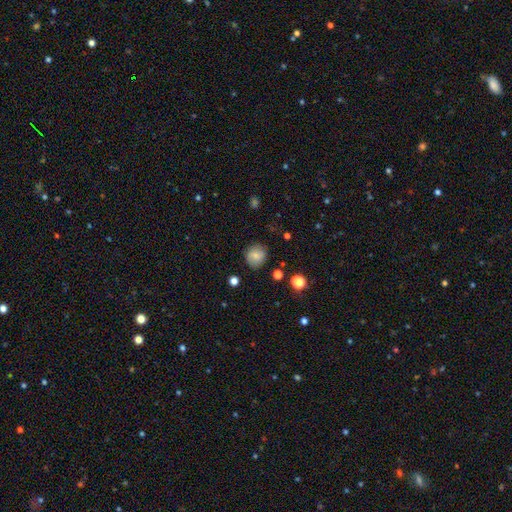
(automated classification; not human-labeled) This is likely a smooth galaxy (77%). How rounded: clearly round (81%). Merging: clearly none (81%).